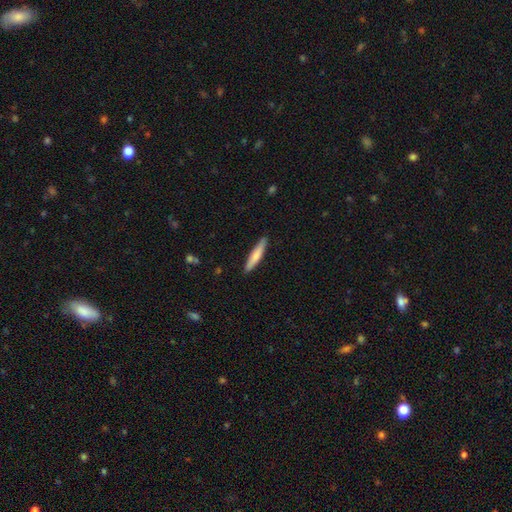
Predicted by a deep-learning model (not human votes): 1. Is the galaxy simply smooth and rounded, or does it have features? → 70% smooth, 24% featured or disk, 5% star or artifact.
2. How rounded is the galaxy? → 90% cigar-shaped, 9% in between, 1% round.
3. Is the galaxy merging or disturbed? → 89% none, 8% minor disturbance, 2% major disturbance, 1% merger.